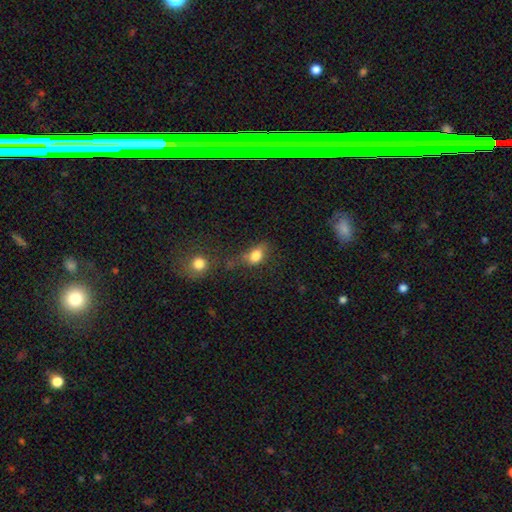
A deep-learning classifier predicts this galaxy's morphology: smooth 80%, star or artifact 10%, featured or disk 10%. Down the decision tree: how rounded — in between (75%); merging — none (45%).